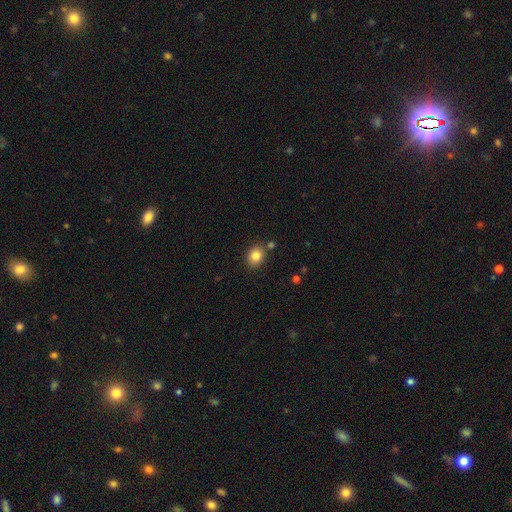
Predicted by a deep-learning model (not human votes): The model was most divided on "how rounded": round: 52%, in between: 47%, cigar-shaped: 1%. More confident: smooth or featured — smooth (83%); merging — none (80%).